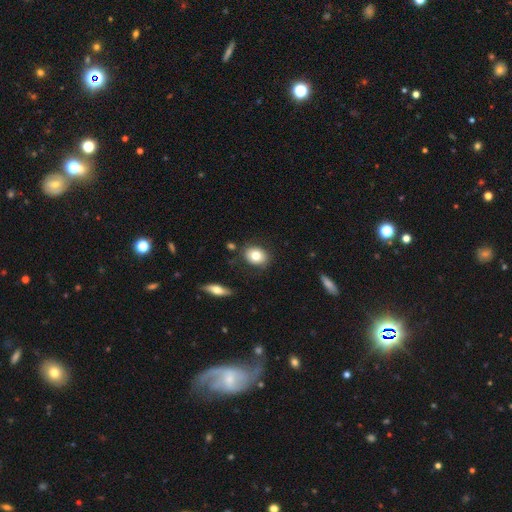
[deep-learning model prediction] A smooth galaxy with no disk features (79%) that is in between round and cigar-shaped (55%). Merging: none (83%).